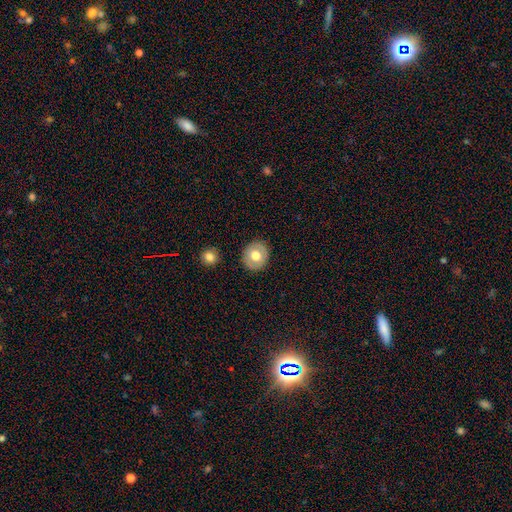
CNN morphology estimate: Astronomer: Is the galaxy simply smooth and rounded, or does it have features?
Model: smooth — 65%.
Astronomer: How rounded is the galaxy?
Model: round — 82%.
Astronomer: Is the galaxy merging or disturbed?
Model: none — 88%.